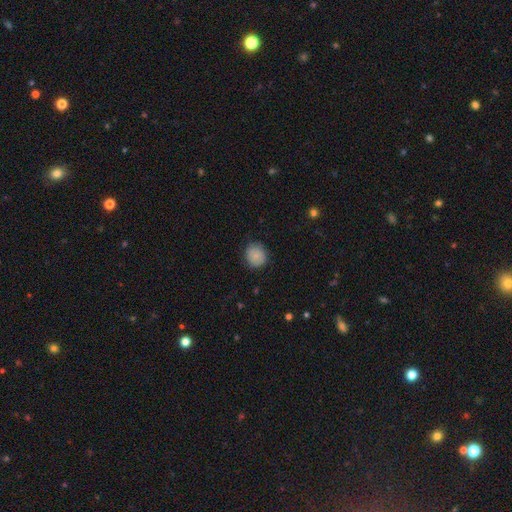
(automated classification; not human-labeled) This appears to be a smooth galaxy with no disk features (82%) that is round (82%). Merging: none (81%).